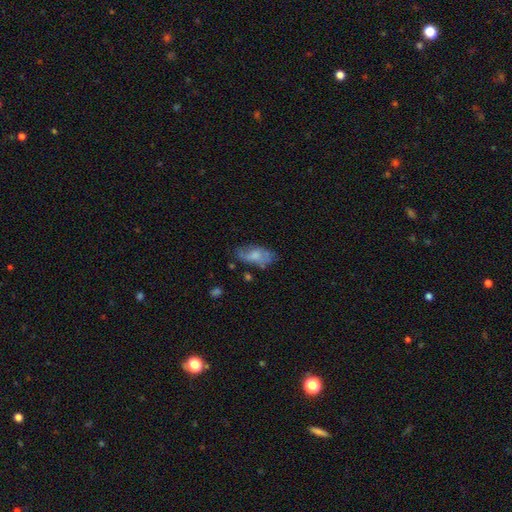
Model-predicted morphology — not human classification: type=smooth (56%); roundness=in between (89%); merging=none (50%).